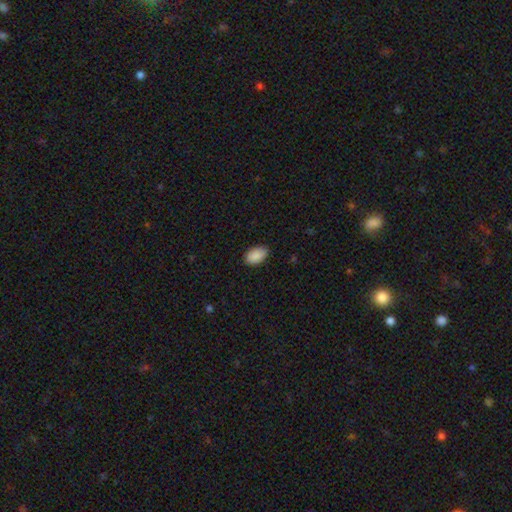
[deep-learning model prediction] smooth_or_featured: smooth (p=0.91) [alt: star or artifact p=0.07]
how_rounded: in between (p=0.94) [alt: round p=0.05]
merging: none (p=0.87) [alt: minor disturbance p=0.10]